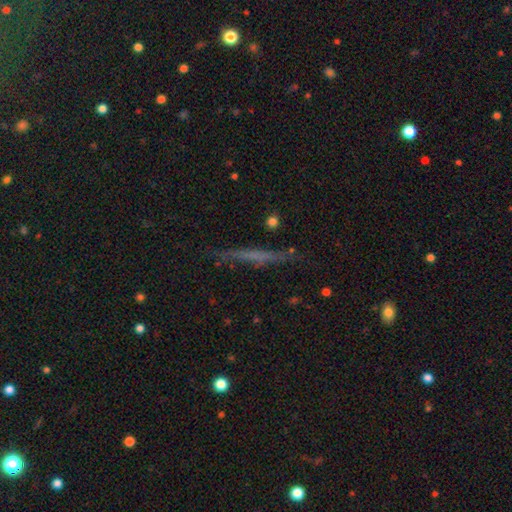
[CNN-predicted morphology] smooth-or-featured: featured or disk: 51% | smooth: 39% | star or artifact: 10%
  disk-edge-on: yes: 94% | no: 6%
  merging: none: 84% | minor disturbance: 11% | major disturbance: 3% | merger: 2%